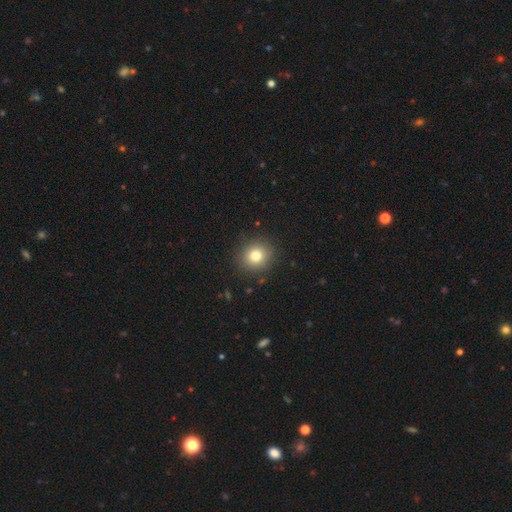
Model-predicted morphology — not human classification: A smooth galaxy with no disk features (79%) that is round (86%).

Vote fractions:
- Smooth or featured? smooth: 79% / star or artifact: 12% / featured or disk: 9%
- How rounded? round: 86% / in between: 13% / cigar-shaped: 1%
- Merging? none: 89% / minor disturbance: 7% / major disturbance: 3% / merger: 1%